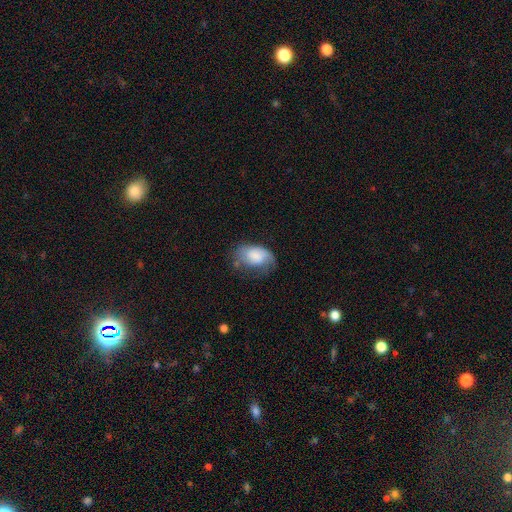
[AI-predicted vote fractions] smooth_or_featured: smooth (p=0.70) [alt: featured or disk p=0.23]
how_rounded: in between (p=0.89) [alt: round p=0.10]
merging: none (p=0.39) [alt: minor disturbance p=0.35]